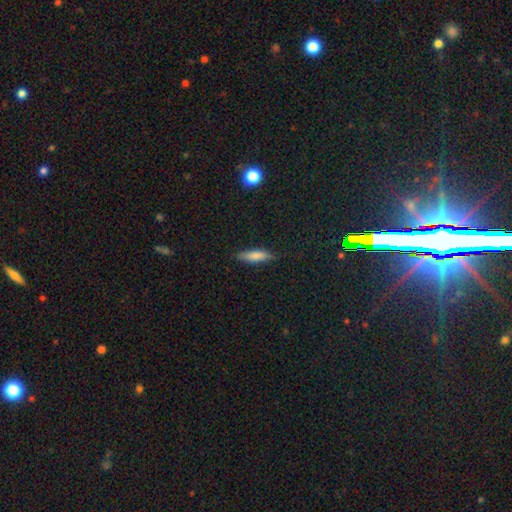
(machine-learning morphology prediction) Smooth or featured?
  - smooth: 79% *
  - featured or disk: 14%
  - star or artifact: 7%
How rounded?
  - cigar-shaped: 66% *
  - in between: 32%
  - round: 2%
Merging?
  - none: 83% *
  - minor disturbance: 13%
  - major disturbance: 3%
  - merger: 1%